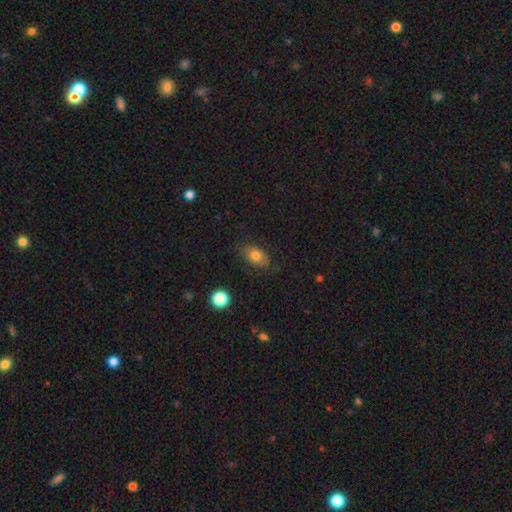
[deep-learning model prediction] smooth_or_featured: smooth (p=0.76) [alt: featured or disk p=0.15]
how_rounded: in between (p=0.84) [alt: round p=0.14]
merging: none (p=0.76) [alt: minor disturbance p=0.18]